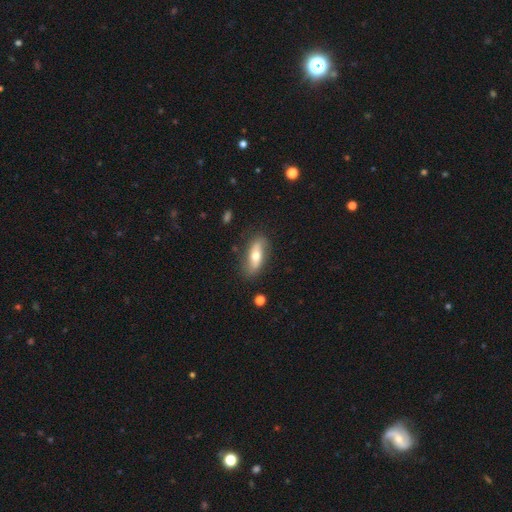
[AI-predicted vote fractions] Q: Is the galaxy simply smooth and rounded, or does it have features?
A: smooth — 53%.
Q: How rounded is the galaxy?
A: in between — 68%.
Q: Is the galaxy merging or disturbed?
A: none — 80%.